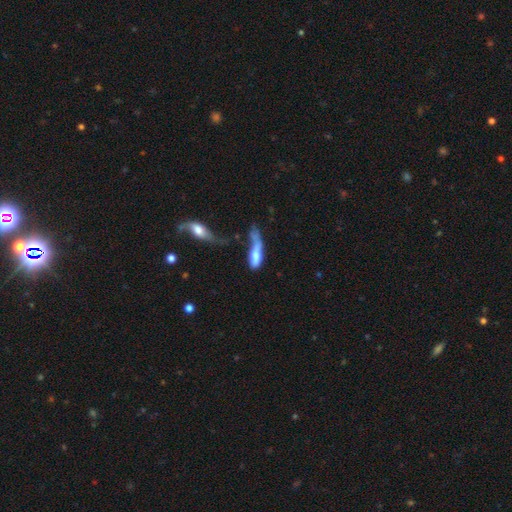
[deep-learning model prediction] This is likely a smooth galaxy (64%). How rounded: possibly in between (52%). Merging: marginally major disturbance (39%).